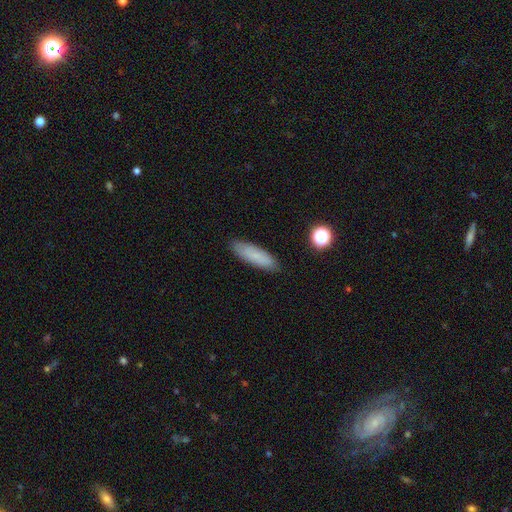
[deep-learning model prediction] smooth-or-featured: smooth: 77% | featured or disk: 15% | star or artifact: 8%
  how-rounded: cigar-shaped: 58% | in between: 40% | round: 2%
  merging: none: 87% | minor disturbance: 10% | major disturbance: 2% | merger: 1%